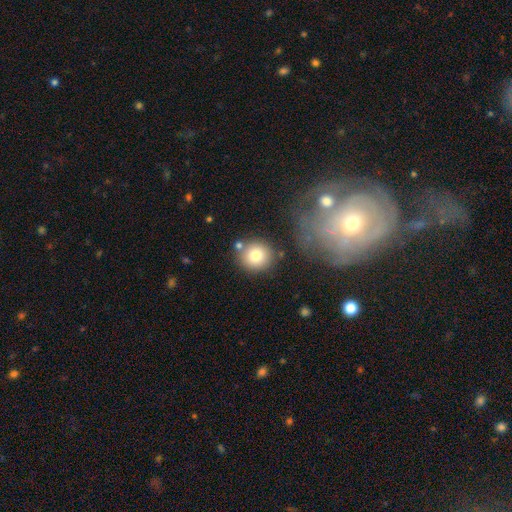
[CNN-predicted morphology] A smooth galaxy with no disk features (79%) that is round (88%). Merging: none (76%).